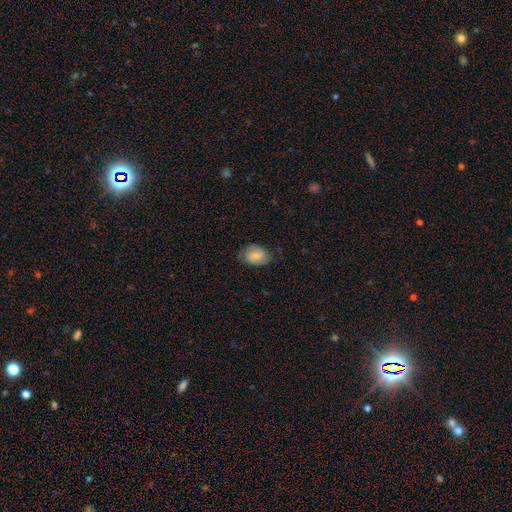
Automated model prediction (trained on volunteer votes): Q: Smooth or featured?
A: smooth (73%); runner-up: featured or disk (20%)
Q: How rounded?
A: in between (74%); runner-up: round (25%)
Q: Merging?
A: none (72%); runner-up: minor disturbance (22%)